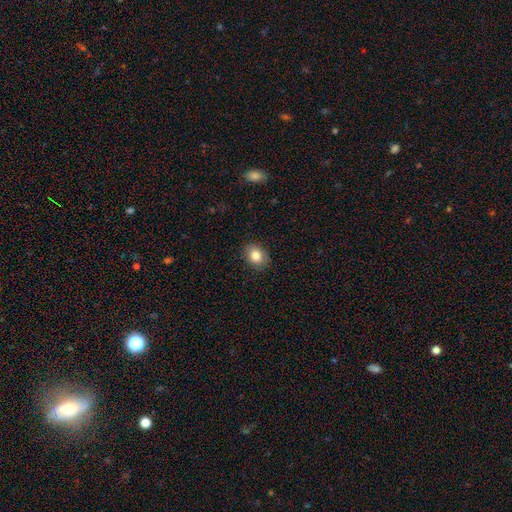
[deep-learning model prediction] Overall: smooth (83%). How rounded: in between (55%; round 44%). Merging: none (87%).